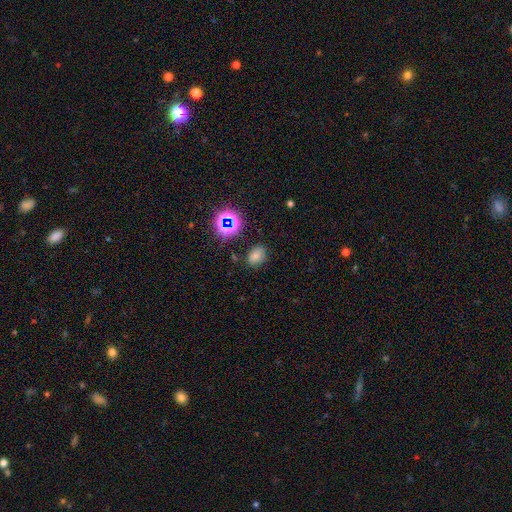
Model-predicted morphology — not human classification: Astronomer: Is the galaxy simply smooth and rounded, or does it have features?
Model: smooth — 69%.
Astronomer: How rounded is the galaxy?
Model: in between — 72%.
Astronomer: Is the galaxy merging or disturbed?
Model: none — 77%.